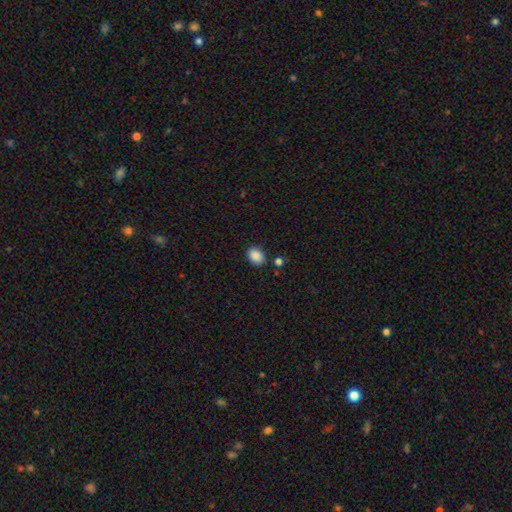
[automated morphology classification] type=smooth (88%); roundness=in between (66%); merging=none (84%).